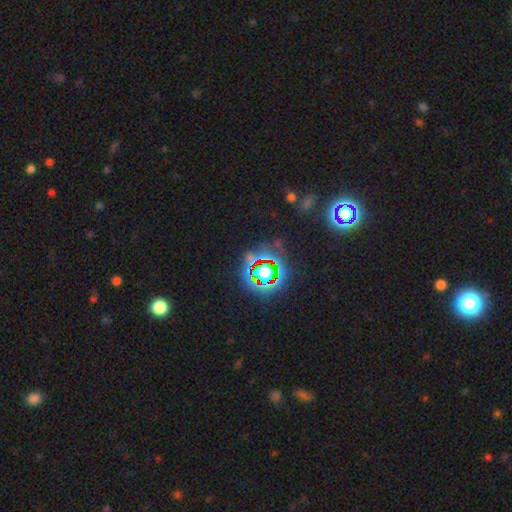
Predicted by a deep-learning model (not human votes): Morphology: type=star or artifact (79%).